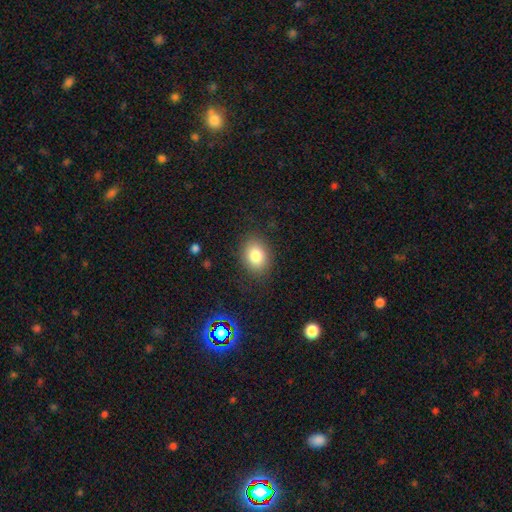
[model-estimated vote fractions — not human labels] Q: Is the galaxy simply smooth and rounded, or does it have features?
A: smooth — 81%.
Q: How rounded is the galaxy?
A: in between — 61%.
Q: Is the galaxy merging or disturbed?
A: none — 84%.